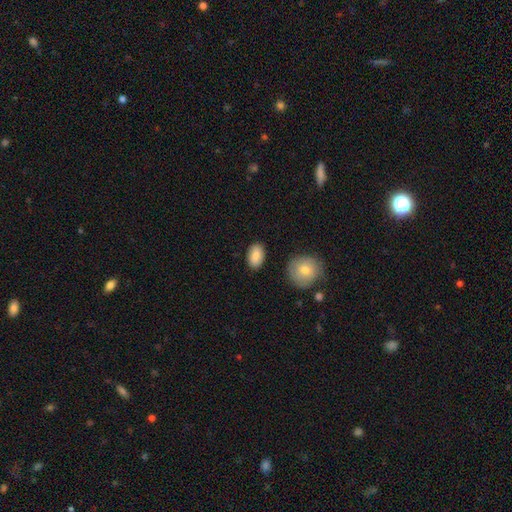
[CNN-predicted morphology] smooth 86%, featured or disk 7%, star or artifact 7%. Down the decision tree: how rounded — in between (89%); merging — none (86%).